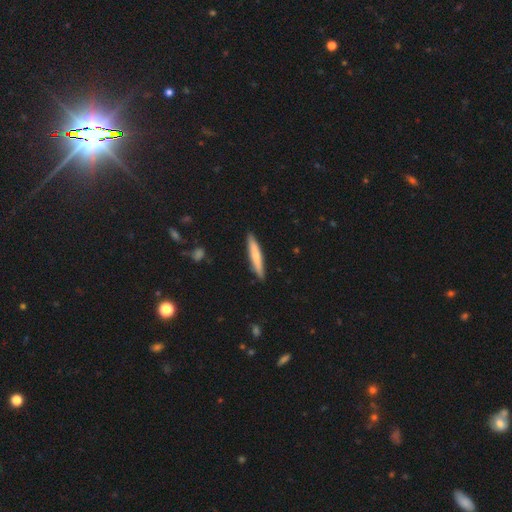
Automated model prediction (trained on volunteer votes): A smooth galaxy with no disk features (67%) that is cigar-shaped (93%). Merging: none (90%).